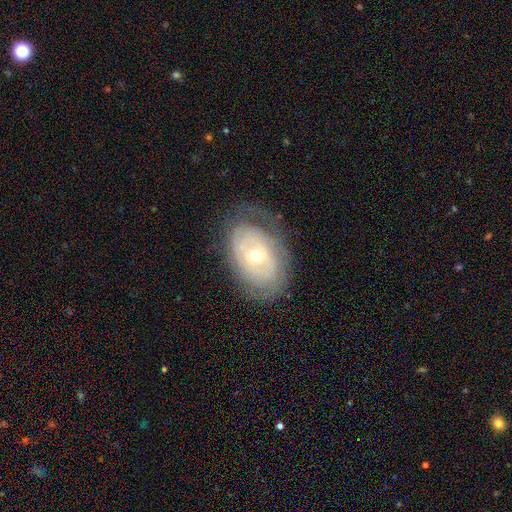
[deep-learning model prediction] smooth-or-featured: featured or disk: 71% | smooth: 22% | star or artifact: 7%
  disk-edge-on: no: 94% | yes: 6%
    bar: no: 71% | weak: 23% | strong: 6%
    has-spiral-arms: yes: 73% | no: 27%
    bulge-size: small: 50% | moderate: 47% | large: 2% | dominant: 1% | none: 1%
  merging: none: 65% | minor disturbance: 22% | major disturbance: 12% | merger: 1%